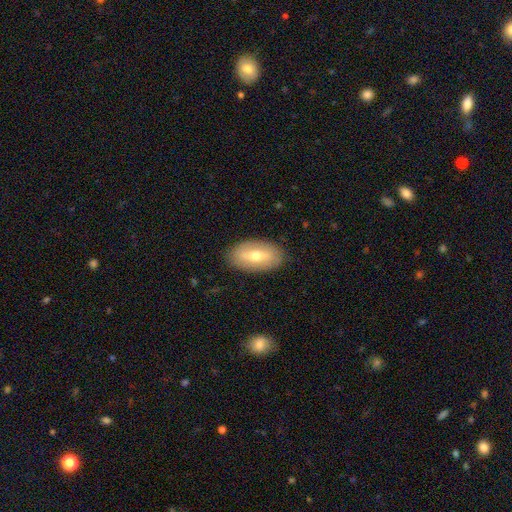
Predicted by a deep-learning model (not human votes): A smooth galaxy with no disk features (51%) that is in between round and cigar-shaped (92%).

Vote fractions:
- Smooth or featured? smooth: 51% / featured or disk: 43% / star or artifact: 7%
- How rounded? in between: 92% / round: 4% / cigar-shaped: 4%
- Merging? none: 86% / minor disturbance: 10% / major disturbance: 3% / merger: 1%